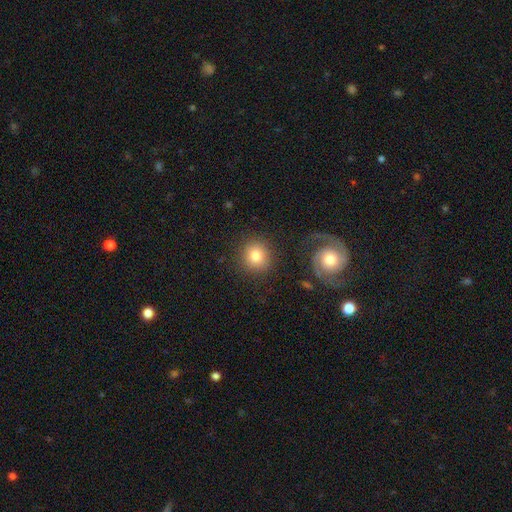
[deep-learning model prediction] Smooth or featured: smooth — 81% (featured or disk — 10%)
How rounded: round — 90% (in between — 9%)
Merging: none — 86% (minor disturbance — 8%)